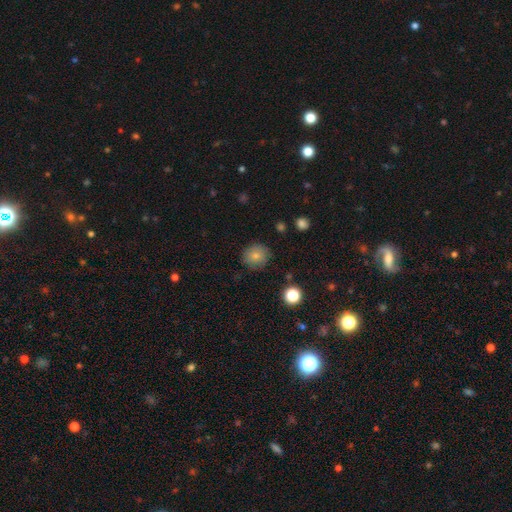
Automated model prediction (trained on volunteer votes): Overall: smooth (81%). How rounded: round (91%). Merging: none (85%).